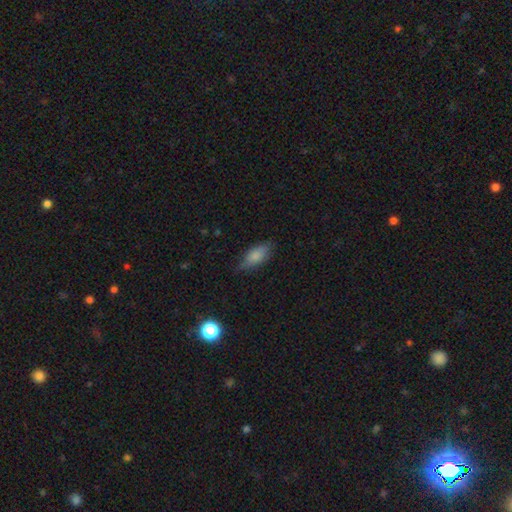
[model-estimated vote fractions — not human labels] Smooth or featured?
  - smooth: 81% *
  - featured or disk: 12%
  - star or artifact: 7%
How rounded?
  - in between: 84% *
  - cigar-shaped: 13%
  - round: 3%
Merging?
  - none: 73% *
  - minor disturbance: 21%
  - major disturbance: 4%
  - merger: 1%